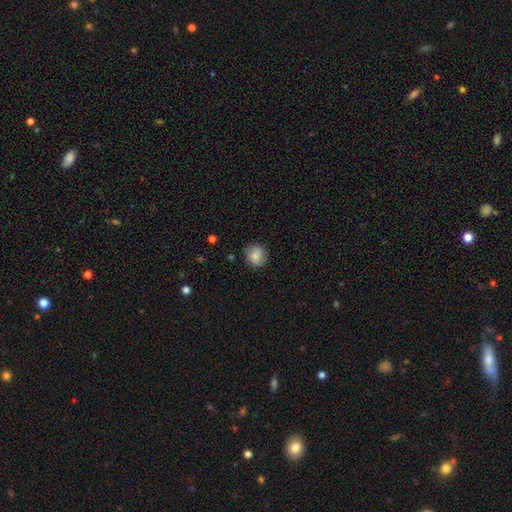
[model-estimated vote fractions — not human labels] smooth 82%, featured or disk 10%, star or artifact 8%. Down the decision tree: how rounded — round (78%); merging — none (82%).